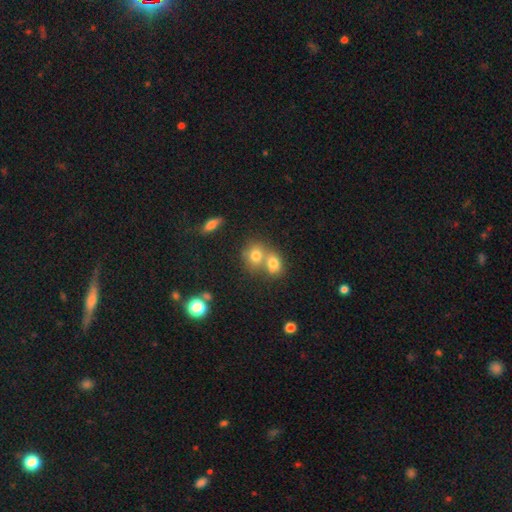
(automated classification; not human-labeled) Q: Smooth or featured?
A: smooth (74%); runner-up: star or artifact (13%)
Q: How rounded?
A: round (68%); runner-up: in between (30%)
Q: Merging?
A: merger (56%); runner-up: none (34%)